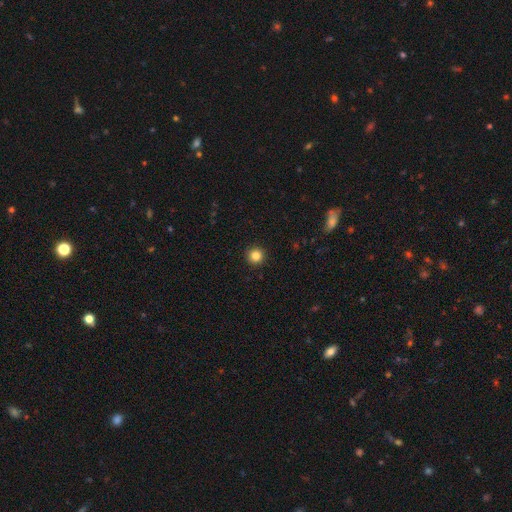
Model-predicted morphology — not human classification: This is clearly a smooth galaxy (85%). How rounded: clearly round (96%). Merging: clearly none (93%).